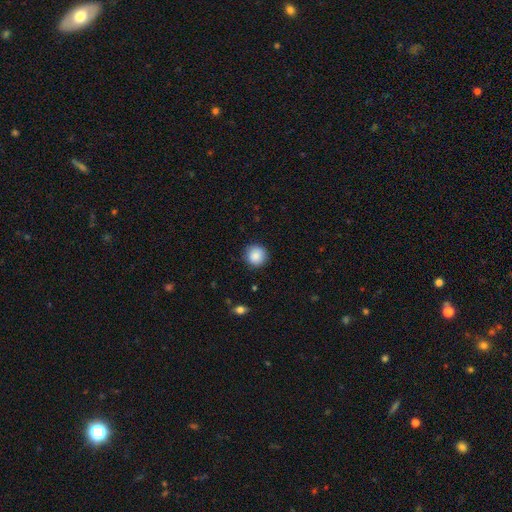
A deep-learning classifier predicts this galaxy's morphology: smooth-or-featured: smooth: 87% | star or artifact: 8% | featured or disk: 5%
  how-rounded: round: 94% | in between: 5% | cigar-shaped: 1%
  merging: none: 88% | minor disturbance: 9% | major disturbance: 2% | merger: 1%